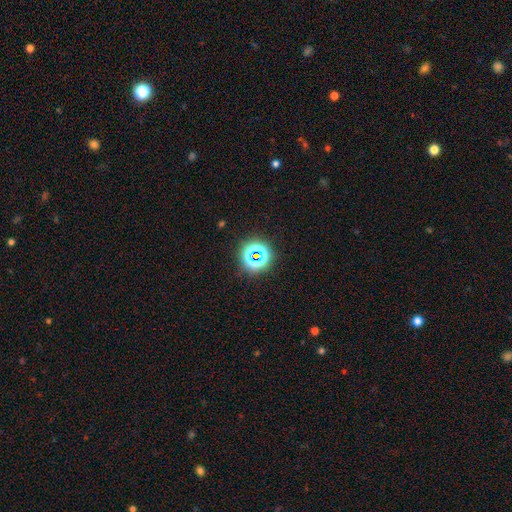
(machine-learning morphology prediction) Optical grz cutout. It shows a star or artifact, not a galaxy (67%).